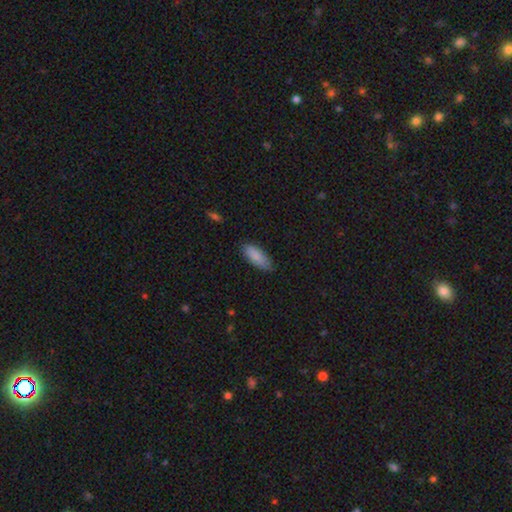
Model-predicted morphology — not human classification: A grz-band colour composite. It shows a smooth galaxy with no disk features (86%) that is in between round and cigar-shaped (77%). Merging: none (79%).